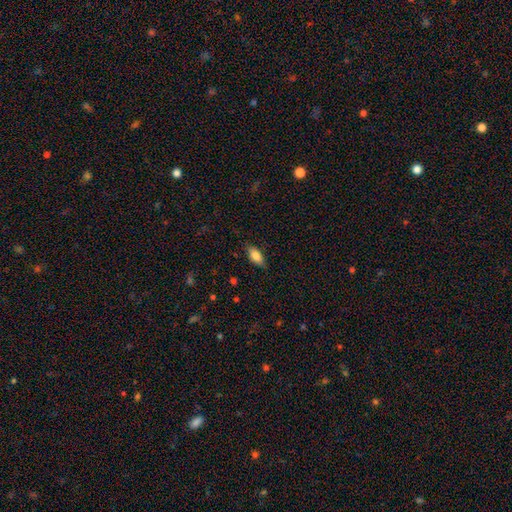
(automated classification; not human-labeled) Smooth or featured? Predicted: smooth (p=0.83). How rounded? Predicted: in between (p=0.87). Merging? Predicted: none (p=0.84).